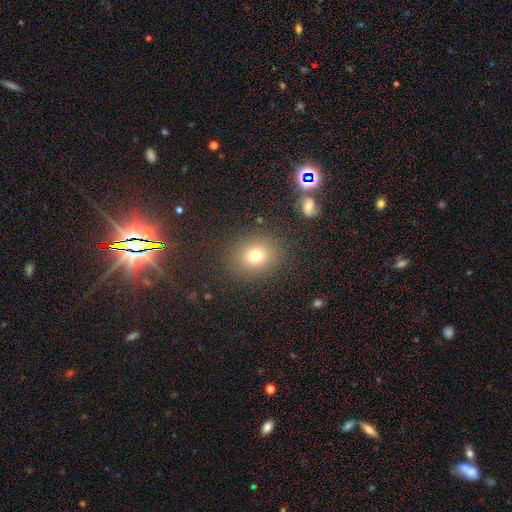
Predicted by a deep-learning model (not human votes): Smooth or featured? smooth (75%)
How rounded? round (66%)
Merging? none (85%)